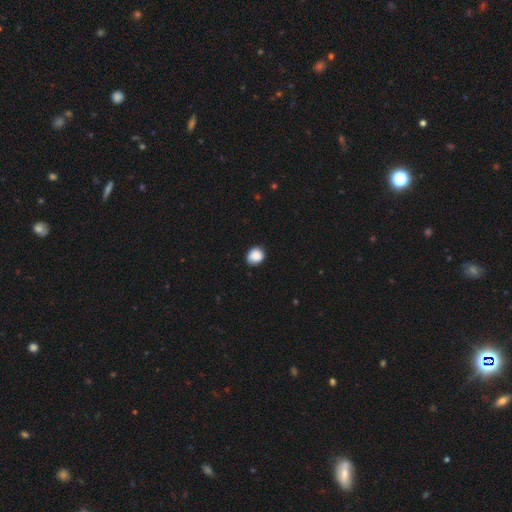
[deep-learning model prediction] A smooth galaxy with no disk features (88%) that is round (70%). Merging: none (80%).